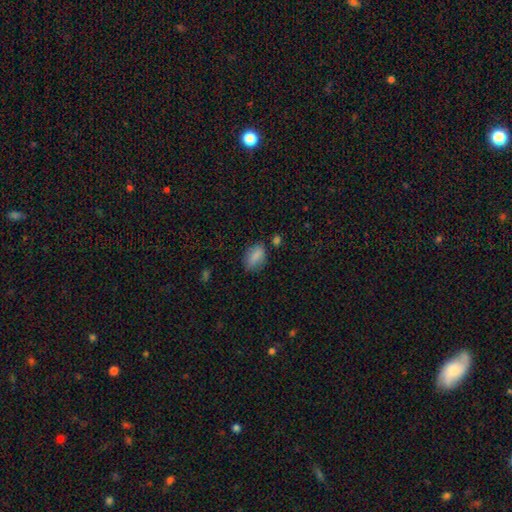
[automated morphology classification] Overall: smooth (81%). How rounded: in between (83%). Merging: none (68%).